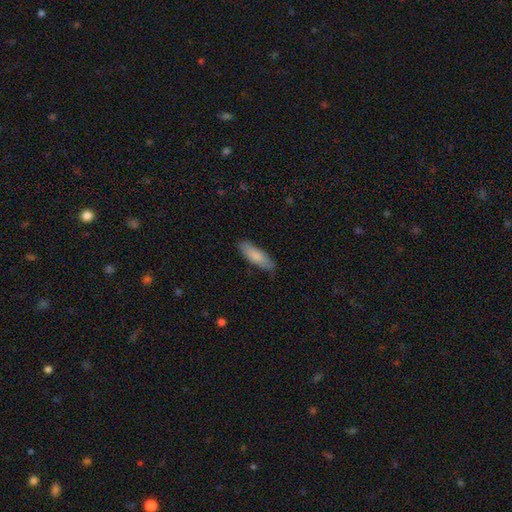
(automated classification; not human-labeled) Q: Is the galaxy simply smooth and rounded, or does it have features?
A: smooth — 84%.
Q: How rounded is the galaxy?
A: cigar-shaped — 54%.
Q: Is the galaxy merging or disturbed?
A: none — 83%.